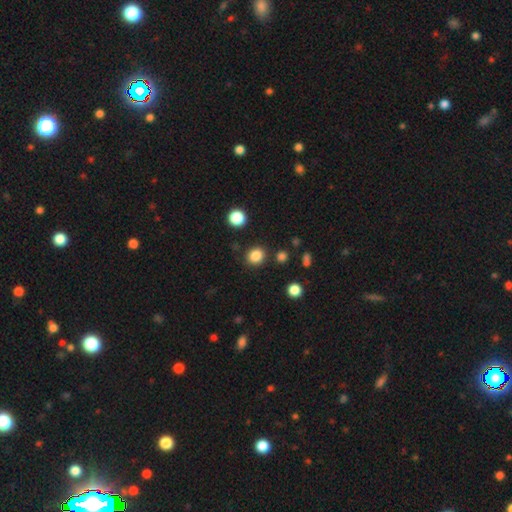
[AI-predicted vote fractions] Smooth or featured? Predicted: smooth (p=0.85). How rounded? Predicted: round (p=0.79). Merging? Predicted: none (p=0.86).